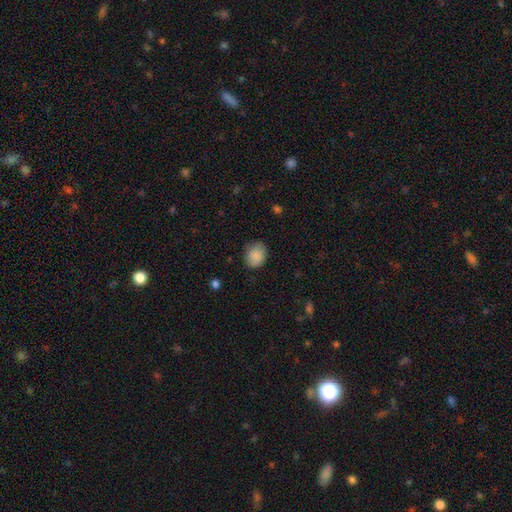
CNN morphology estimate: Smooth or featured? smooth (88%)
How rounded? round (54%)
Merging? none (77%)